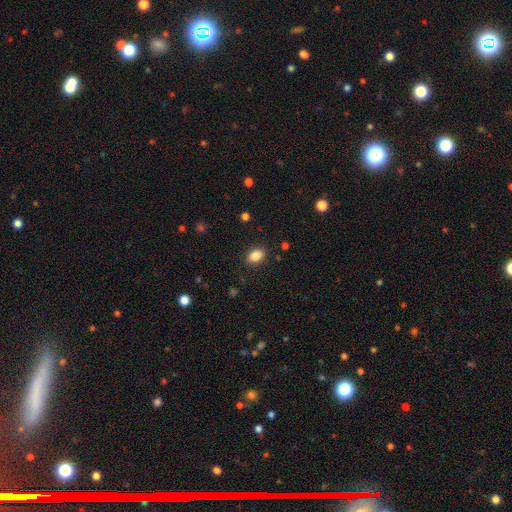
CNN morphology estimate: smooth 85%, star or artifact 10%, featured or disk 5%. Down the decision tree: how rounded — in between (78%); merging — none (87%).